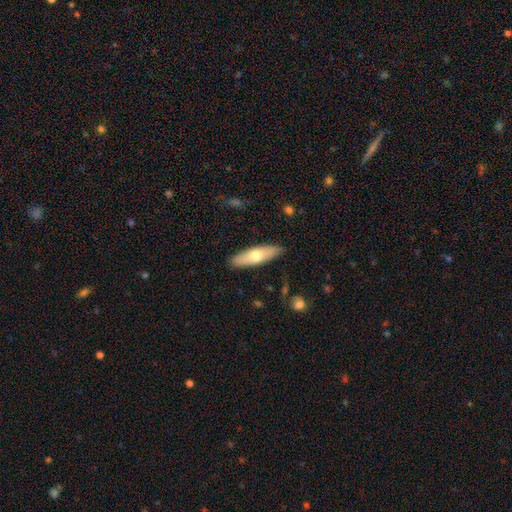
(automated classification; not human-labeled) The model was most divided on "how rounded": cigar-shaped: 53%, in between: 45%, round: 2%. More confident: merging — none (87%); smooth or featured — smooth (63%).